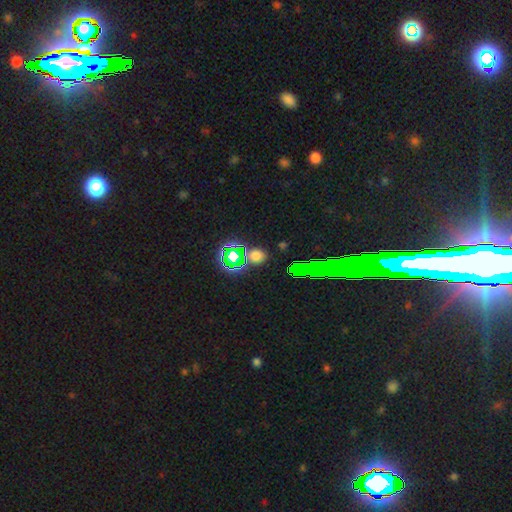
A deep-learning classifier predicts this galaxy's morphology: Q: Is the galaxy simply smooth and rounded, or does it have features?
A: smooth — 49%.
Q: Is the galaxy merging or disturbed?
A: none — 83%.